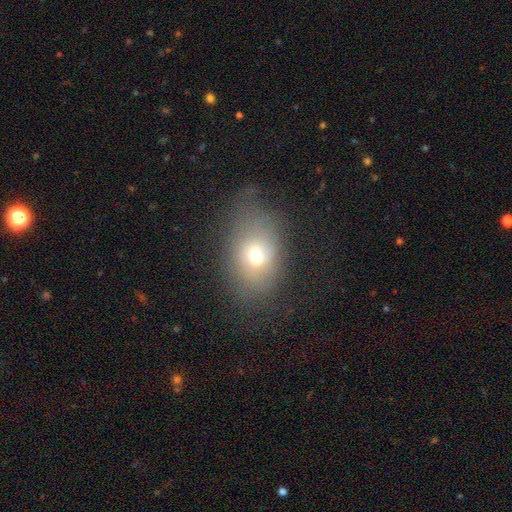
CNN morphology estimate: smooth 66%, featured or disk 20%, star or artifact 15%. Down the decision tree: how rounded — in between (69%); merging — none (57%).